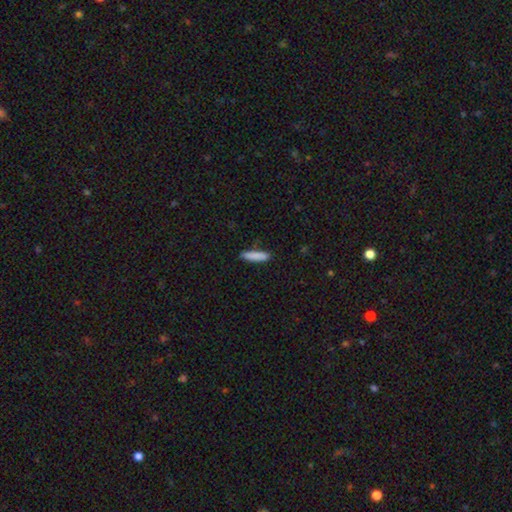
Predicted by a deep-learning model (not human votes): Smooth or featured: smooth — 87% (featured or disk — 7%)
How rounded: cigar-shaped — 81% (in between — 18%)
Merging: none — 86% (minor disturbance — 10%)